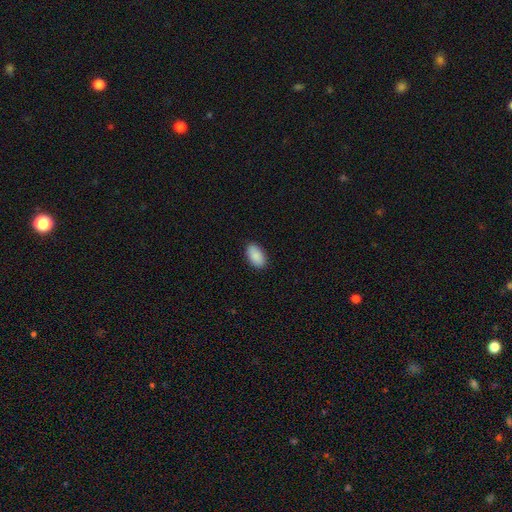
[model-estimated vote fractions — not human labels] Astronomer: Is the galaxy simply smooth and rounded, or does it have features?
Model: smooth — 90%.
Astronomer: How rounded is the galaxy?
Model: in between — 95%.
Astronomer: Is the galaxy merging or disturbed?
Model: none — 89%.